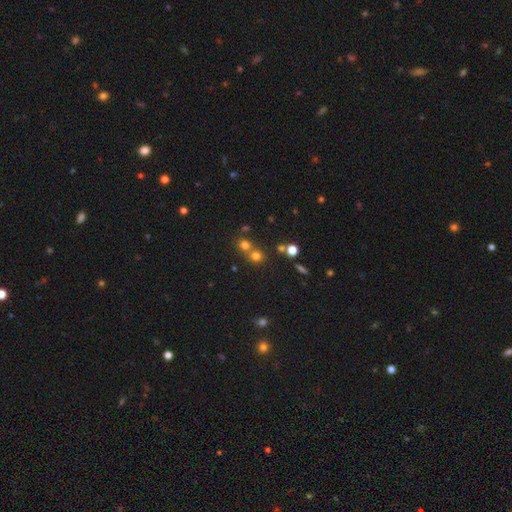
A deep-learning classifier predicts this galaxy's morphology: smooth_or_featured: smooth (p=0.67) [alt: star or artifact p=0.23]
how_rounded: round (p=0.87) [alt: in between p=0.12]
merging: none (p=0.52) [alt: merger p=0.40]